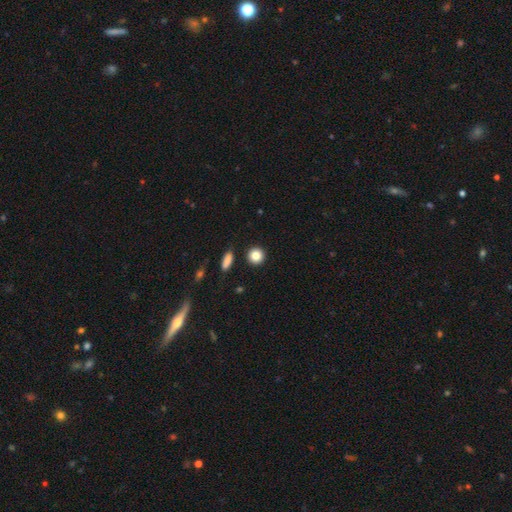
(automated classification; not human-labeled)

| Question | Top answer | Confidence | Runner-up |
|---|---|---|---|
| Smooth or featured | smooth | 85% | star or artifact (10%) |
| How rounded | round | 92% | in between (7%) |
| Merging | none | 91% | minor disturbance (5%) |